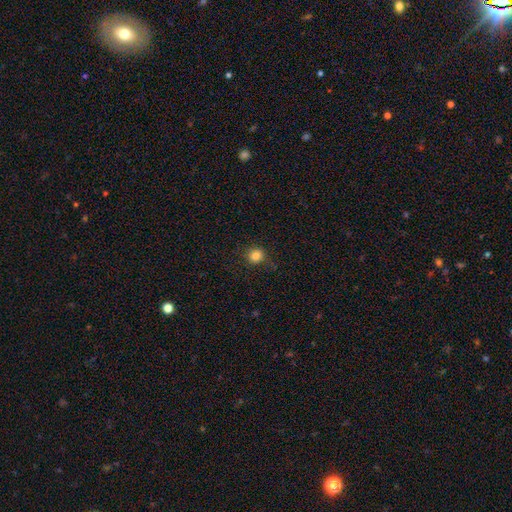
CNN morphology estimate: Q: Smooth or featured?
A: smooth (84%); runner-up: star or artifact (12%)
Q: How rounded?
A: round (89%); runner-up: in between (10%)
Q: Merging?
A: none (82%); runner-up: minor disturbance (13%)